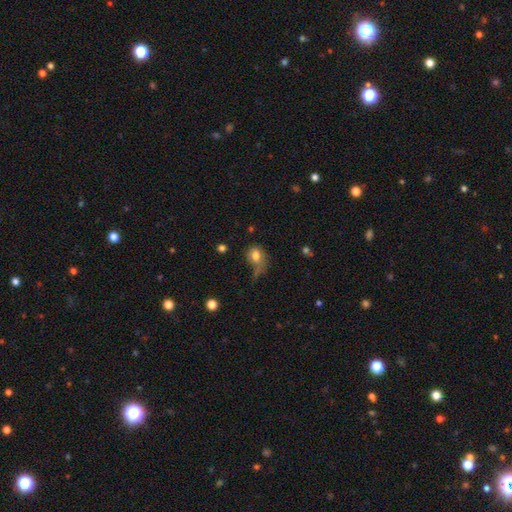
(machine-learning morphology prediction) smooth_or_featured: smooth (p=0.77) [alt: featured or disk p=0.12]
how_rounded: in between (p=0.60) [alt: round p=0.39]
merging: none (p=0.37) [alt: major disturbance p=0.27]